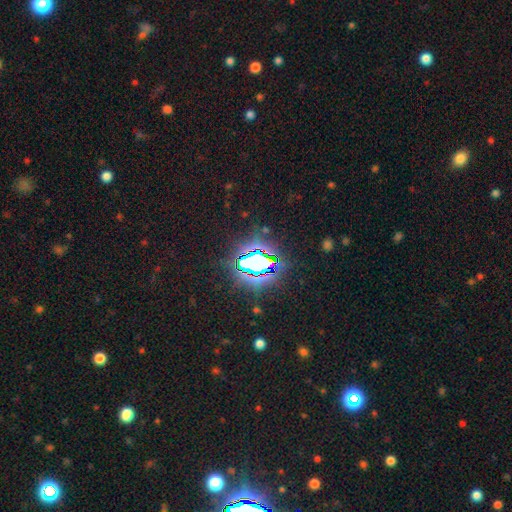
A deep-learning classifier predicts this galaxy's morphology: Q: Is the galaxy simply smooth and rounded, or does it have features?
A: star or artifact — 79%.